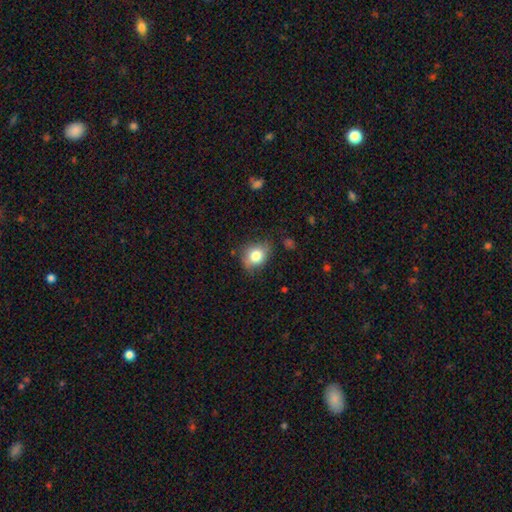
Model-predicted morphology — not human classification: Smooth or featured? Predicted: smooth (p=0.79). How rounded? Predicted: round (p=0.50). Merging? Predicted: none (p=0.71).